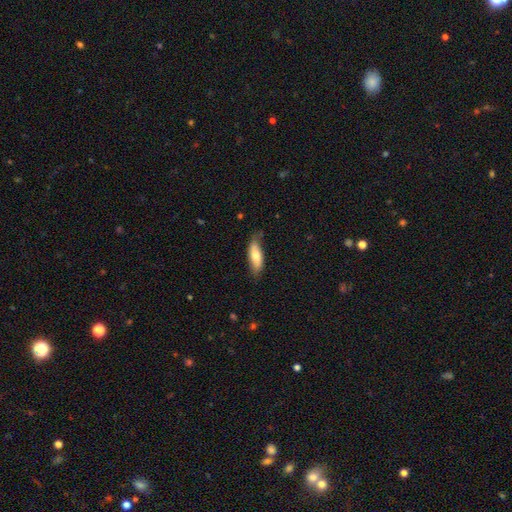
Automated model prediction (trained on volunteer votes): smooth 67%, featured or disk 27%, star or artifact 6%. Down the decision tree: how rounded — in between (61%); merging — none (65%).